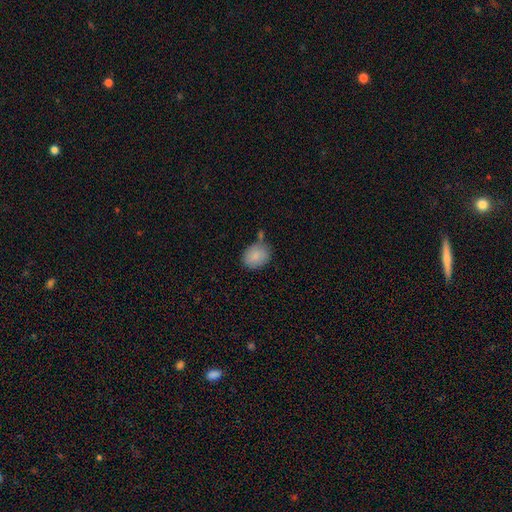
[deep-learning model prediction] smooth-or-featured: smooth: 87% | star or artifact: 7% | featured or disk: 6%
  how-rounded: in between: 55% | round: 44% | cigar-shaped: 1%
  merging: none: 62% | minor disturbance: 21% | merger: 12% | major disturbance: 5%